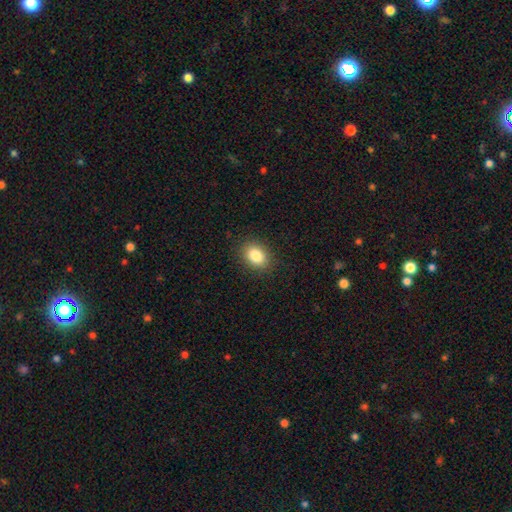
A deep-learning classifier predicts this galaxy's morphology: The model was most divided on "how rounded": in between: 68%, round: 31%, cigar-shaped: 1%. More confident: merging — none (88%); smooth or featured — smooth (84%).